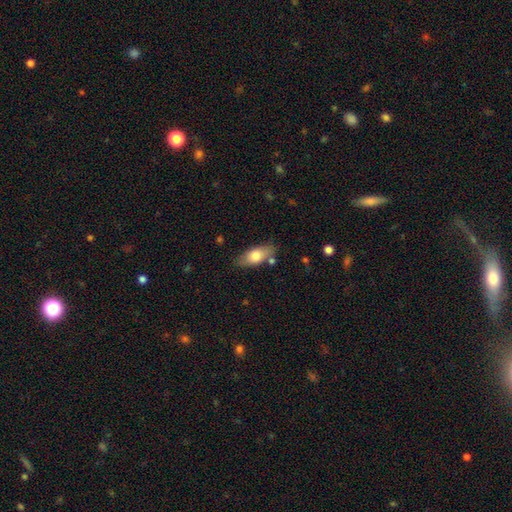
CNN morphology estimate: Smooth or featured? Predicted: smooth (p=0.72). How rounded? Predicted: in between (p=0.83). Merging? Predicted: none (p=0.75).